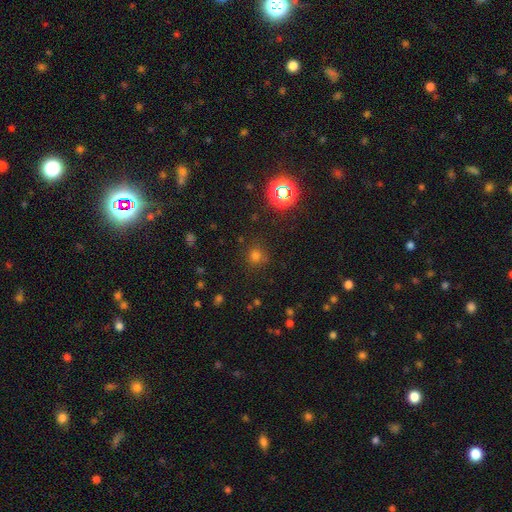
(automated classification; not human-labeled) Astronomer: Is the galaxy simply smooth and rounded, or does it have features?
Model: smooth — 66%.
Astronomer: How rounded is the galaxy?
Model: round — 91%.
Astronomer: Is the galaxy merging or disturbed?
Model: none — 83%.